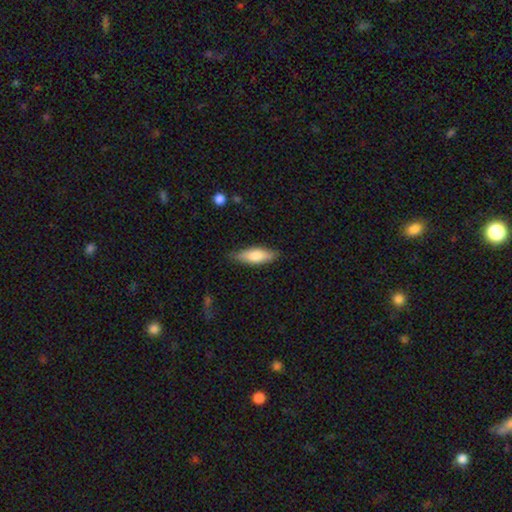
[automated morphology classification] Smooth or featured?
  - smooth: 75% *
  - featured or disk: 20%
  - star or artifact: 6%
How rounded?
  - in between: 57% *
  - cigar-shaped: 41%
  - round: 2%
Merging?
  - none: 81% *
  - minor disturbance: 15%
  - major disturbance: 3%
  - merger: 1%